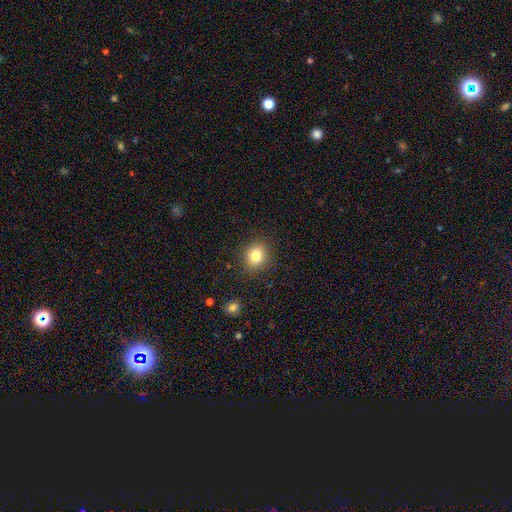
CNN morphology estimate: Smooth or featured?
  - smooth: 82% *
  - star or artifact: 11%
  - featured or disk: 7%
How rounded?
  - round: 73% *
  - in between: 26%
  - cigar-shaped: 1%
Merging?
  - none: 87% *
  - minor disturbance: 9%
  - major disturbance: 3%
  - merger: 1%